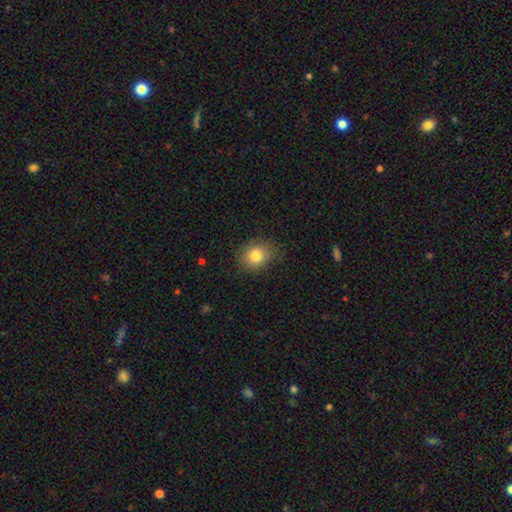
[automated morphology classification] Smooth or featured? smooth (81%)
How rounded? round (59%)
Merging? none (81%)